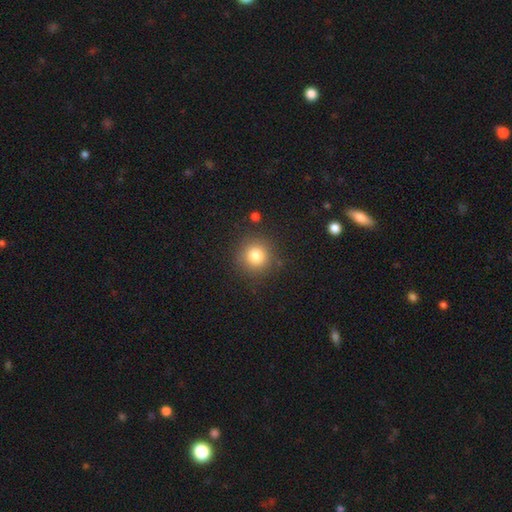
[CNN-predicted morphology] This appears to be a smooth galaxy with no disk features (81%) that is round (94%). Merging: none (88%).